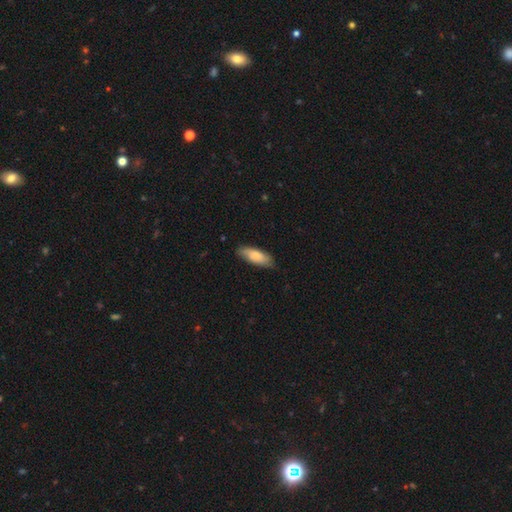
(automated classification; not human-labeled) A smooth galaxy with no disk features (78%) that is in between round and cigar-shaped (69%).

Vote fractions:
- Smooth or featured? smooth: 78% / featured or disk: 16% / star or artifact: 5%
- How rounded? in between: 69% / cigar-shaped: 30% / round: 2%
- Merging? none: 77% / minor disturbance: 19% / major disturbance: 3% / merger: 1%